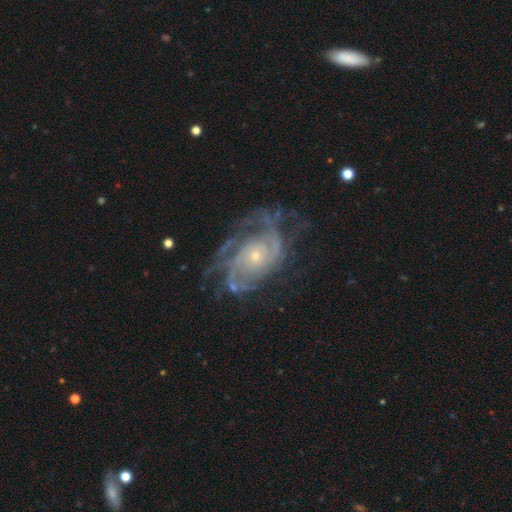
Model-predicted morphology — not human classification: featured or disk 88%, star or artifact 6%, smooth 5%. Down the decision tree: edge-on disk — no (97%); bar — no (77%); spiral arms — yes (96%); spiral arm count — 2 (28%); spiral winding — tight (54%); bulge size — small (71%); merging — none (61%).